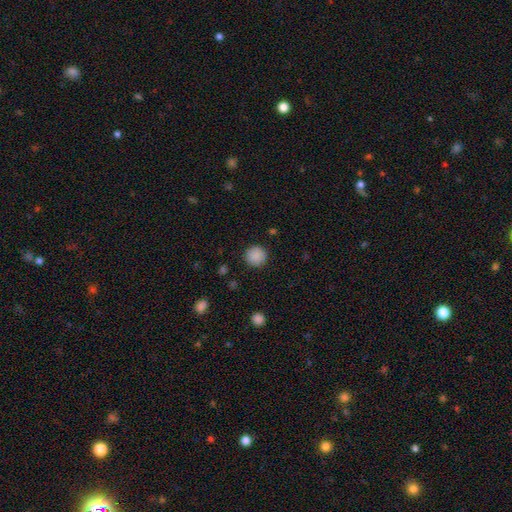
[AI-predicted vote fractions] This is clearly a smooth galaxy (88%). How rounded: clearly round (94%). Merging: clearly none (90%).